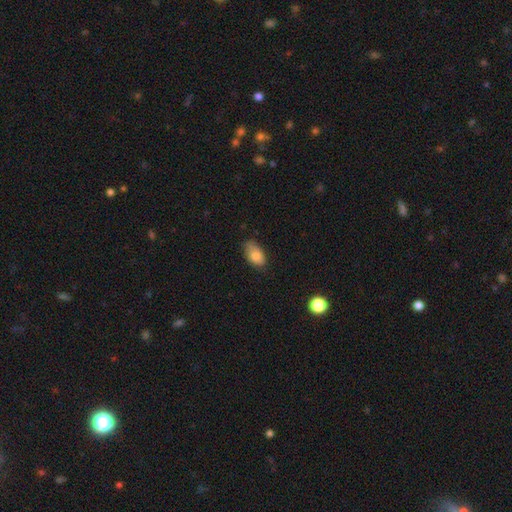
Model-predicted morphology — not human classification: smooth-or-featured: smooth: 83% | featured or disk: 9% | star or artifact: 8%
  how-rounded: in between: 90% | round: 8% | cigar-shaped: 2%
  merging: none: 59% | minor disturbance: 33% | major disturbance: 6% | merger: 2%